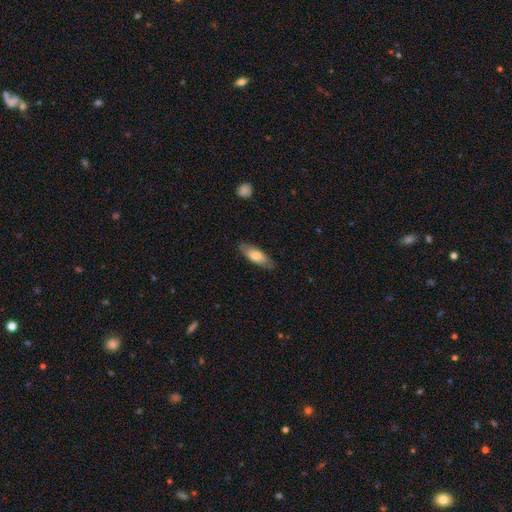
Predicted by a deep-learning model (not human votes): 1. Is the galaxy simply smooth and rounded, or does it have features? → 70% smooth, 25% featured or disk, 6% star or artifact.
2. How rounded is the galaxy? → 70% in between, 28% cigar-shaped, 2% round.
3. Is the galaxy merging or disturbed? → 82% none, 14% minor disturbance, 3% major disturbance, 1% merger.